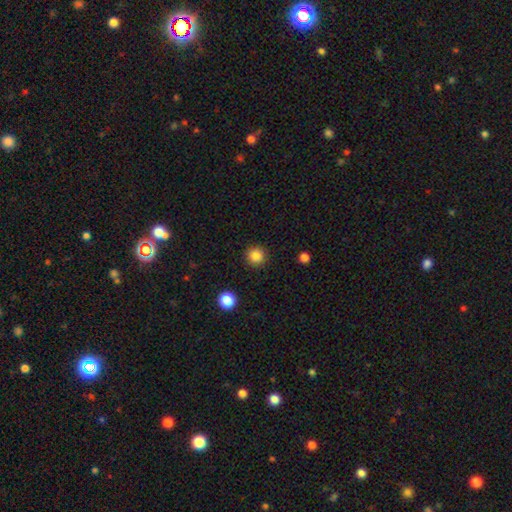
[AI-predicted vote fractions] Smooth or featured?
  - smooth: 85% *
  - star or artifact: 11%
  - featured or disk: 4%
How rounded?
  - round: 95% *
  - in between: 4%
  - cigar-shaped: 1%
Merging?
  - none: 92% *
  - minor disturbance: 5%
  - major disturbance: 2%
  - merger: 1%